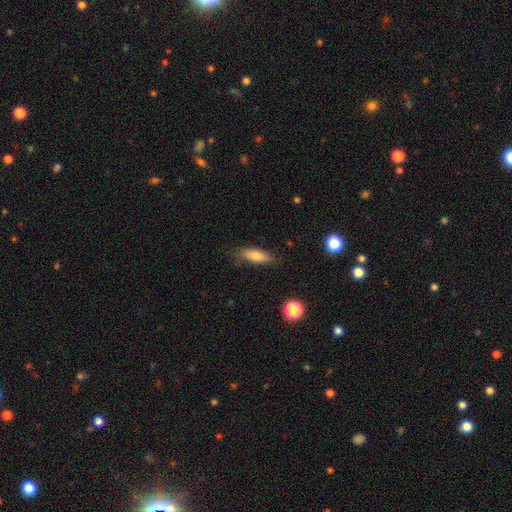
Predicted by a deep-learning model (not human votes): This appears to be a smooth galaxy with no disk features (76%) that is in between round and cigar-shaped (53%). Merging: none (77%).